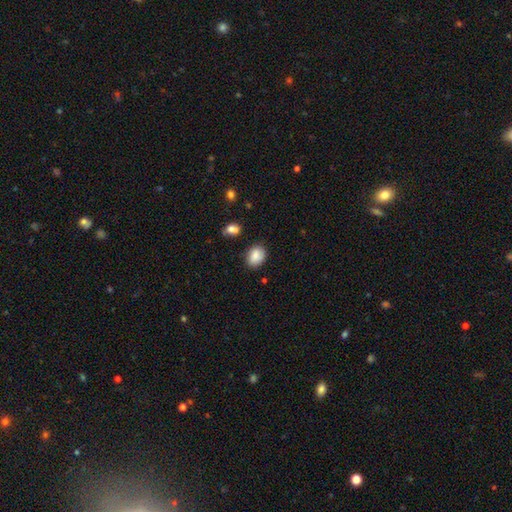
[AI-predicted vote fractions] This appears to be a smooth galaxy with no disk features (86%) that is in between round and cigar-shaped (69%). Merging: none (77%).